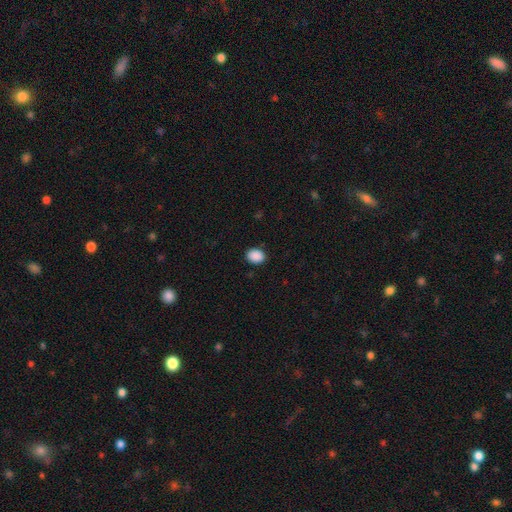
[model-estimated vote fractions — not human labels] A smooth galaxy with no disk features (90%) that is in between round and cigar-shaped (59%). Merging: none (89%).